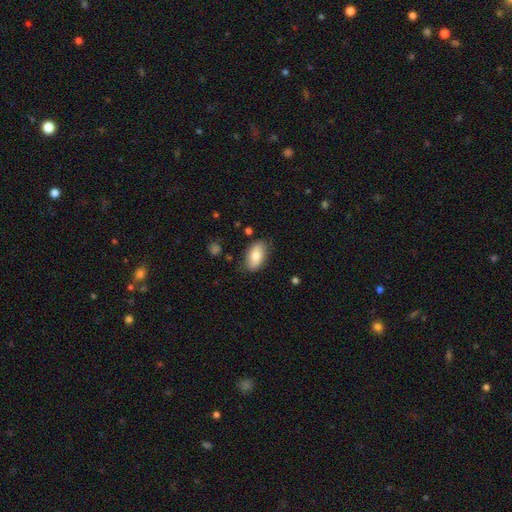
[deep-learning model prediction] Morphology: type=smooth (78%); roundness=in between (93%); merging=none (81%).